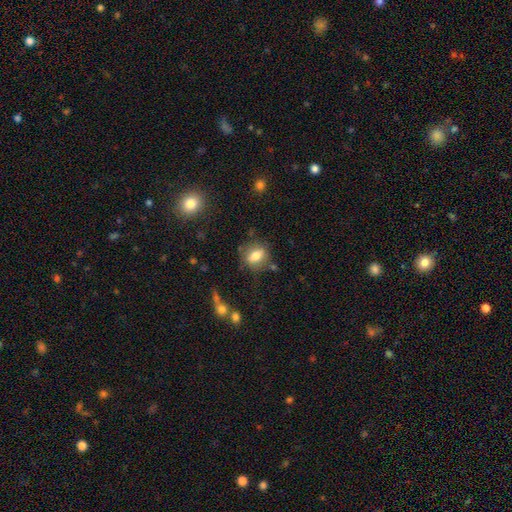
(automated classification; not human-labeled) smooth 74%, featured or disk 17%, star or artifact 9%. Down the decision tree: how rounded — in between (60%); merging — none (75%).